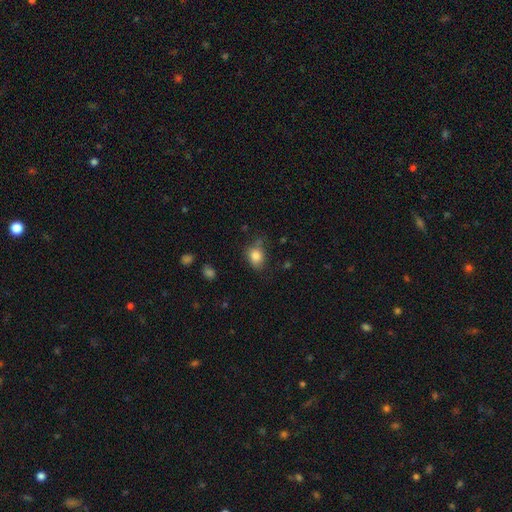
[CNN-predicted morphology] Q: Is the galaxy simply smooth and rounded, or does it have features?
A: smooth — 83%.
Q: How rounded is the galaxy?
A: in between — 50%.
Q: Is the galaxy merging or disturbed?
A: none — 69%.